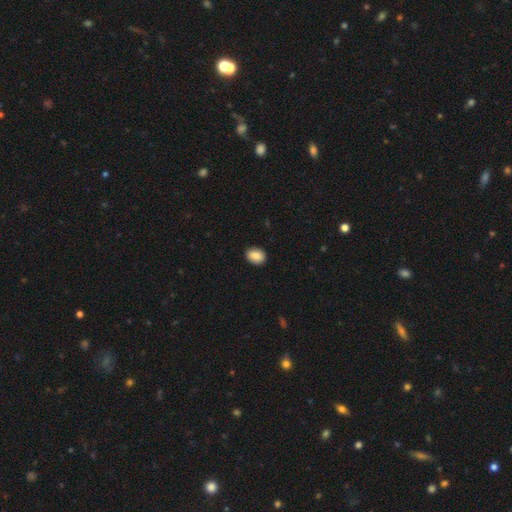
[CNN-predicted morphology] Overall: smooth (88%). How rounded: in between (71%). Merging: none (90%).